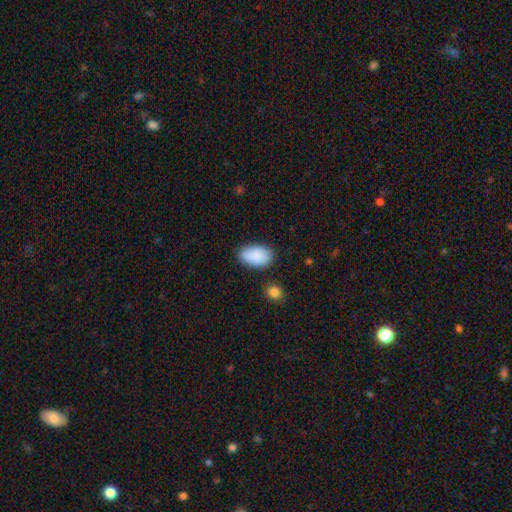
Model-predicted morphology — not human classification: A smooth galaxy with no disk features (89%) that is in between round and cigar-shaped (93%). Merging: none (79%).